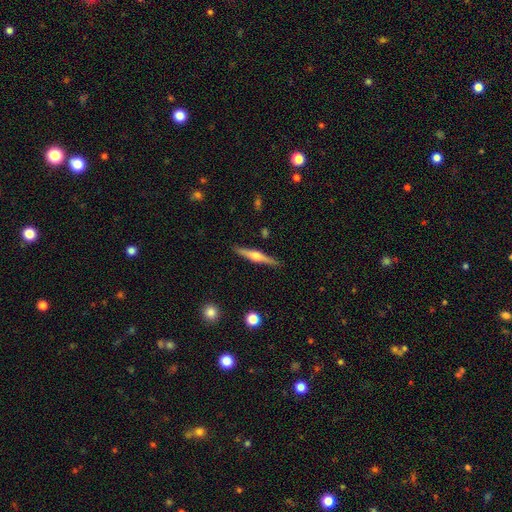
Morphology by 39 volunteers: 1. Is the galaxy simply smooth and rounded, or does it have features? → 72% featured or disk, 26% smooth, 3% star or artifact.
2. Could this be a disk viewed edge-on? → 96% yes, 4% no.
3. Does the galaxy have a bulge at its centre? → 85% rounded, 7% boxy, 7% none.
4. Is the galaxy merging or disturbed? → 95% none, 3% minor disturbance, 3% major disturbance, 0% merger.